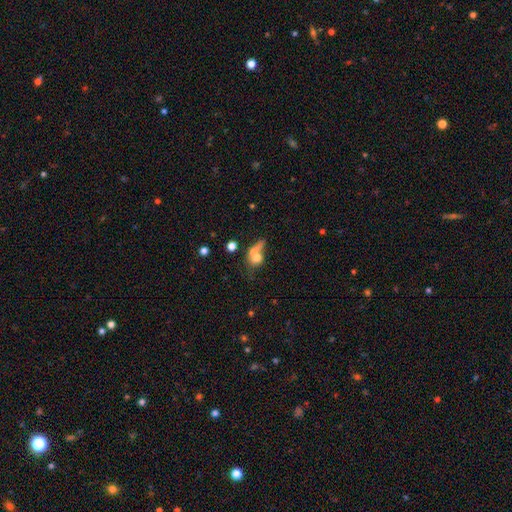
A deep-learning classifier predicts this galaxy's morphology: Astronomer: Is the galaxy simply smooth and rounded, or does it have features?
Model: smooth — 64%.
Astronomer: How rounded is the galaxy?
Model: round — 46% (runner-up: in between, 42%).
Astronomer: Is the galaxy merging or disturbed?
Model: merger — 42% (runner-up: none, 27%).